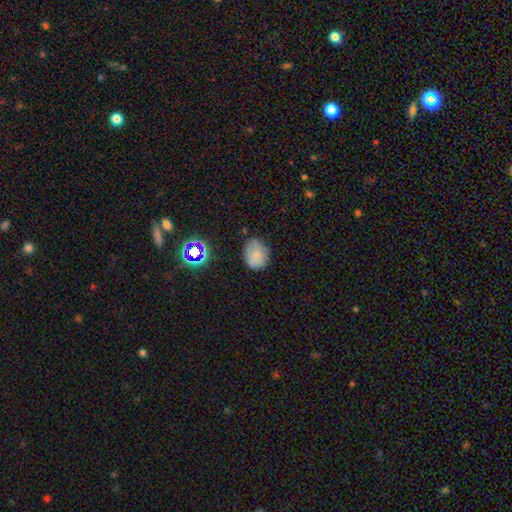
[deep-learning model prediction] Smooth or featured? Predicted: smooth (p=0.78). How rounded? Predicted: in between (p=0.52). Merging? Predicted: none (p=0.69).